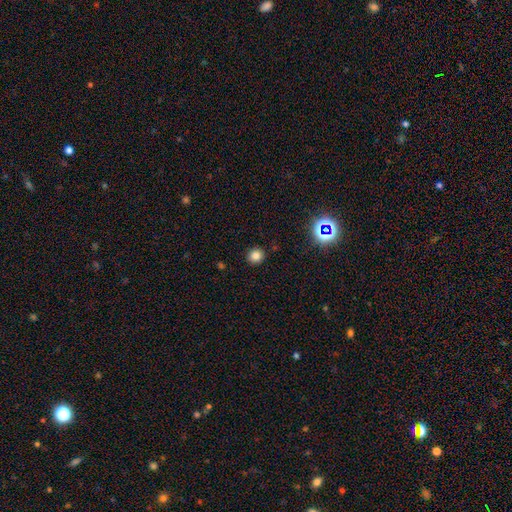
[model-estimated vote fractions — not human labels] This is likely a smooth galaxy (79%). How rounded: clearly round (87%). Merging: clearly none (90%).